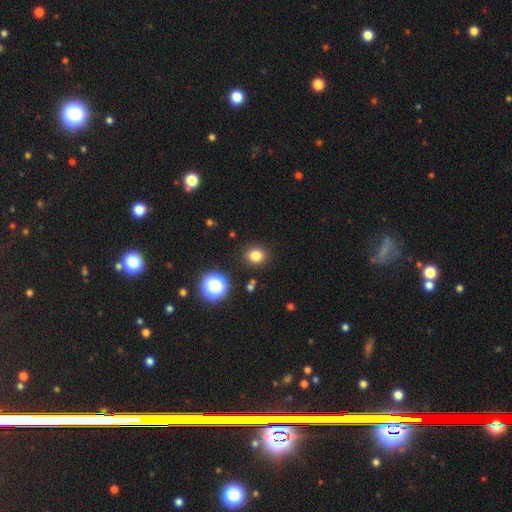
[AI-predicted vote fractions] Smooth or featured? smooth (80%)
How rounded? round (80%)
Merging? none (89%)